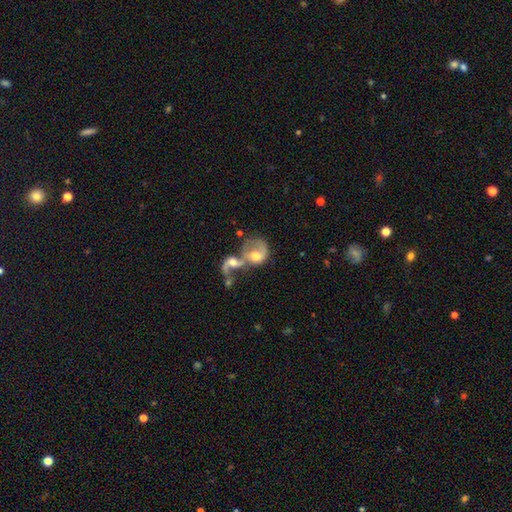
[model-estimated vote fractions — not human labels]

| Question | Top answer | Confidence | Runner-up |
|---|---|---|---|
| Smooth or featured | featured or disk | 58% | smooth (35%) |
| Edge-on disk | no | 97% | yes (3%) |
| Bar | no | 66% | weak (27%) |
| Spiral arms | yes | 64% | no (36%) |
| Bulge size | moderate | 61% | small (16%) |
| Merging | merger | 77% | major disturbance (11%) |